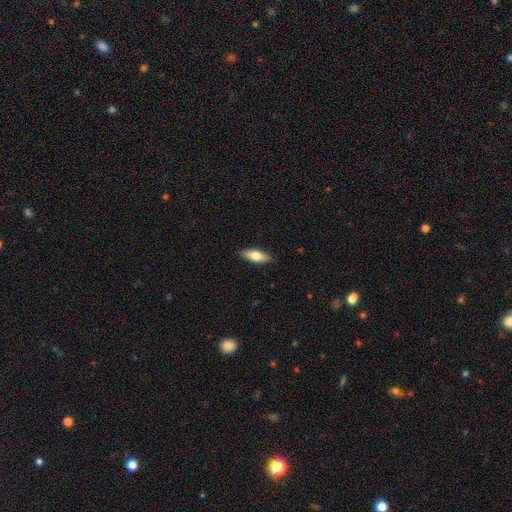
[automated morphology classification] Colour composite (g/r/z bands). It shows a smooth galaxy with no disk features (66%) that is in between round and cigar-shaped (63%). Merging: none (89%).